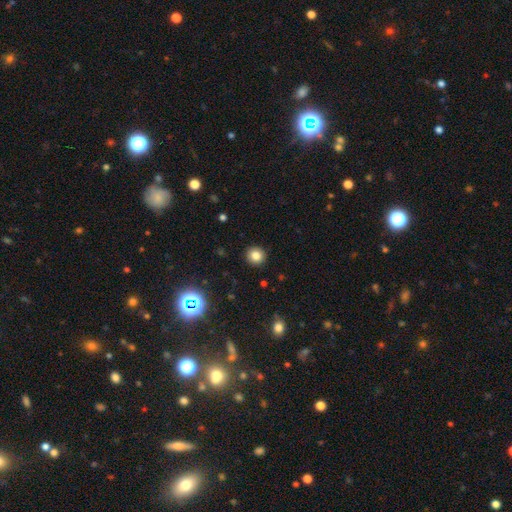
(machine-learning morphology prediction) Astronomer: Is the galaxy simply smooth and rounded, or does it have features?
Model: smooth — 81%.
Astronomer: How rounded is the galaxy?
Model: round — 90%.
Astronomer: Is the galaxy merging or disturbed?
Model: none — 92%.